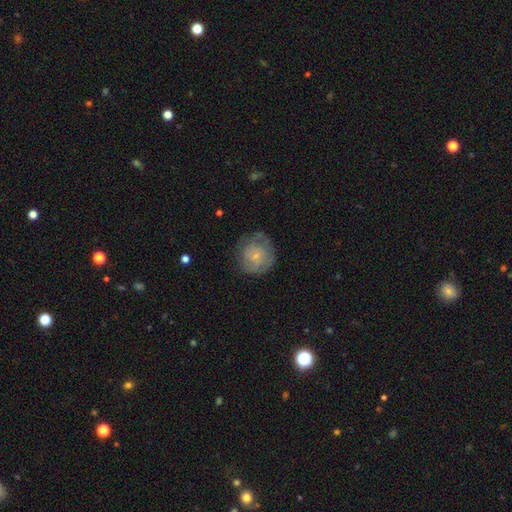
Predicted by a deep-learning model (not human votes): smooth_or_featured: featured or disk (p=0.53) [alt: smooth p=0.40]
disk_edge_on: no (p=0.98) [alt: yes p=0.02]
bar: no (p=0.78) [alt: weak p=0.19]
has_spiral_arms: yes (p=0.76) [alt: no p=0.24]
bulge_size: small (p=0.78) [alt: moderate p=0.14]
merging: none (p=0.64) [alt: minor disturbance p=0.23]